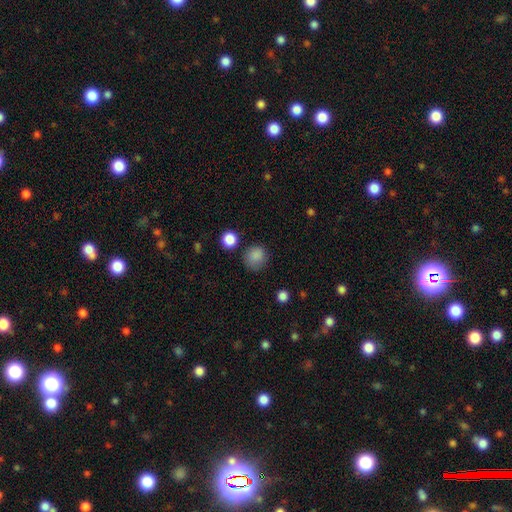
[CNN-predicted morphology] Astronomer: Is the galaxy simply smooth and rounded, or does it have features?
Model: smooth — 85%.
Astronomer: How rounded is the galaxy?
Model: round — 84%.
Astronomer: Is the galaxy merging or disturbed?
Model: none — 75%.